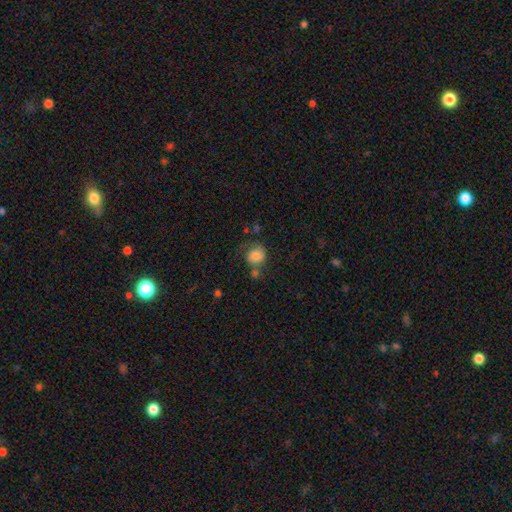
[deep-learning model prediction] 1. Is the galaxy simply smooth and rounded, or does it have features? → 66% smooth, 24% featured or disk, 10% star or artifact.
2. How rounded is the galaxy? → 68% round, 31% in between, 1% cigar-shaped.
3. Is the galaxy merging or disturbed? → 41% none, 24% minor disturbance, 19% major disturbance, 17% merger.